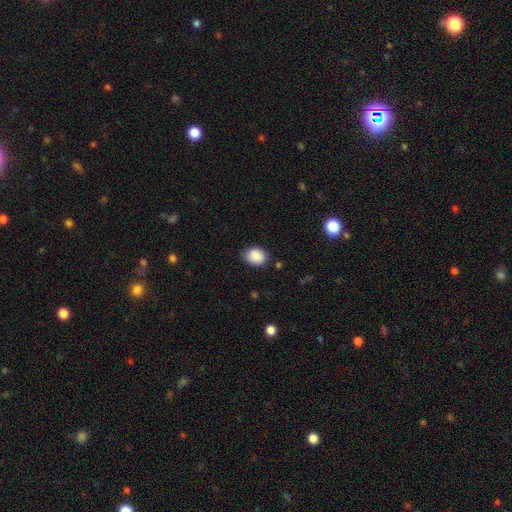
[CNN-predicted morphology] Q: Smooth or featured?
A: smooth (88%); runner-up: star or artifact (8%)
Q: How rounded?
A: in between (66%); runner-up: round (33%)
Q: Merging?
A: none (78%); runner-up: minor disturbance (17%)